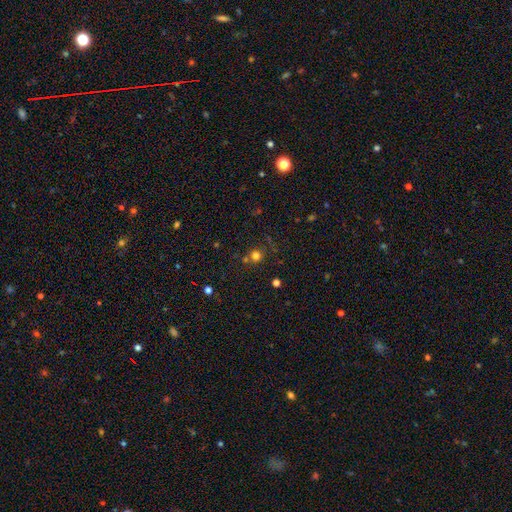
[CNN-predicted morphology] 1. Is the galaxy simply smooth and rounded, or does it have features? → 71% smooth, 22% star or artifact, 7% featured or disk.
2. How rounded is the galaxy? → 89% round, 10% in between, 1% cigar-shaped.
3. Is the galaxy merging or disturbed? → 71% none, 15% merger, 9% minor disturbance, 4% major disturbance.